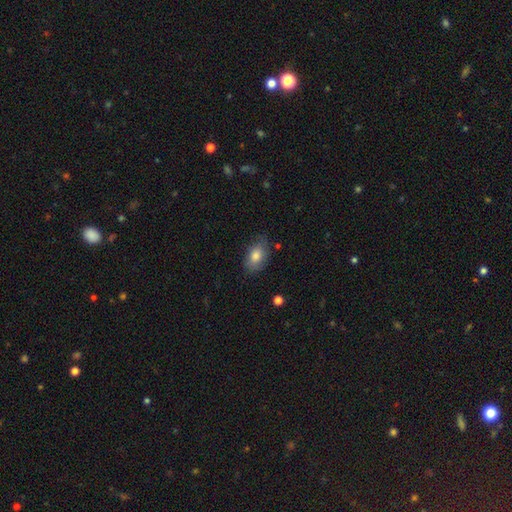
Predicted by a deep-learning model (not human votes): A smooth galaxy with no disk features (80%) that is in between round and cigar-shaped (86%). Merging: none (74%).